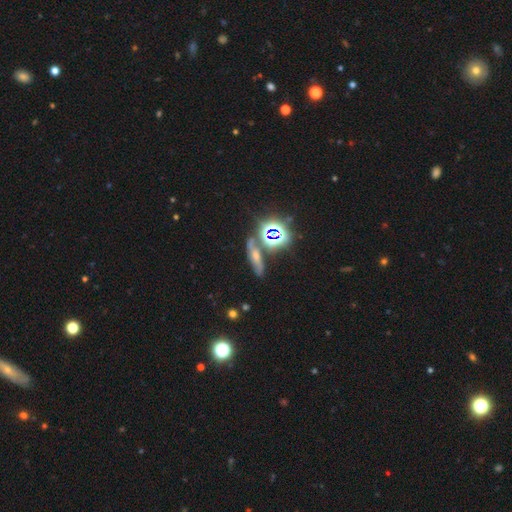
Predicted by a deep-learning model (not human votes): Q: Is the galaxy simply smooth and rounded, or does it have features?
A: star or artifact — 36%.